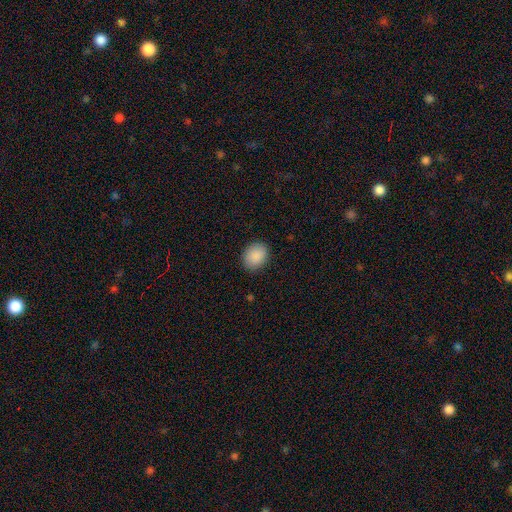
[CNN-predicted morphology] smooth_or_featured: smooth (p=0.90) [alt: star or artifact p=0.07]
how_rounded: in between (p=0.55) [alt: round p=0.44]
merging: none (p=0.89) [alt: minor disturbance p=0.08]